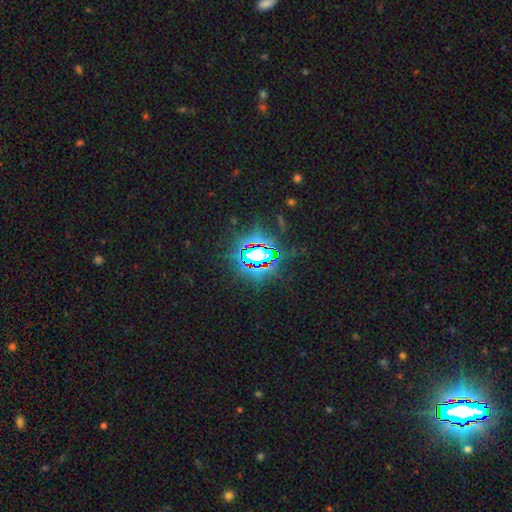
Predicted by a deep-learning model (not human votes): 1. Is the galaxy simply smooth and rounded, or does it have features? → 86% star or artifact, 8% smooth, 6% featured or disk.